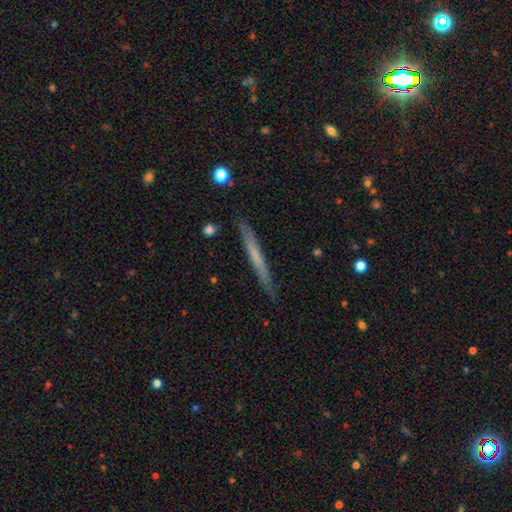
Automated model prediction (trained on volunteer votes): This appears to be a smooth galaxy with no disk features (51%) that is cigar-shaped (97%). Merging: none (88%).